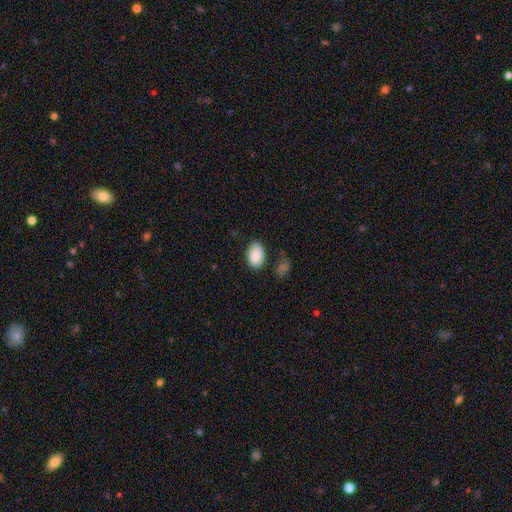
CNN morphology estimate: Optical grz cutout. It shows a smooth galaxy with no disk features (88%) that is in between round and cigar-shaped (90%). Merging: none (74%).